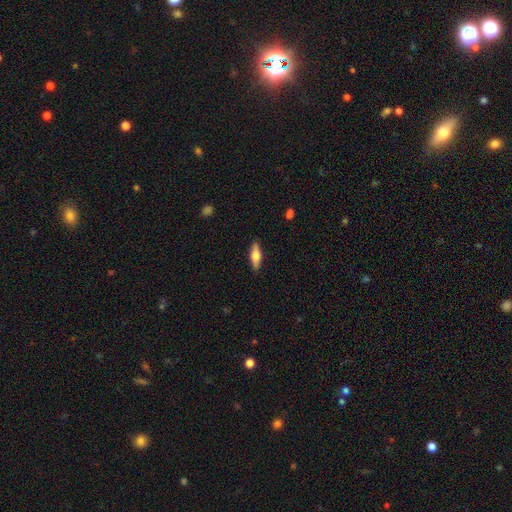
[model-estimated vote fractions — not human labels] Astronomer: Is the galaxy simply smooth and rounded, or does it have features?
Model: smooth — 51% (runner-up: featured or disk, 43%).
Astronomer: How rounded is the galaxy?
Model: cigar-shaped — 50% (runner-up: in between, 47%).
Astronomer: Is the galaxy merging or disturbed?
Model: none — 88%.